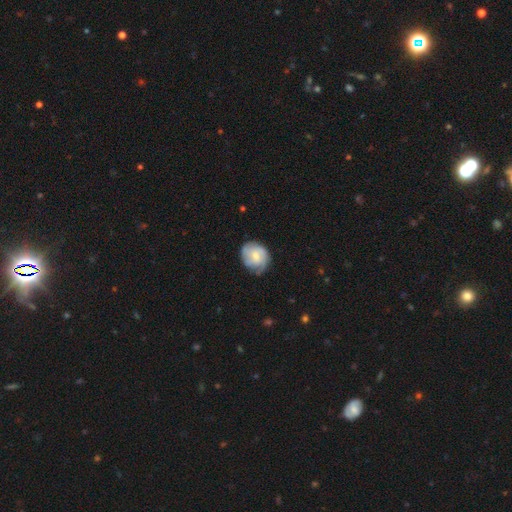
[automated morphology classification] Smooth or featured?
  - smooth: 51% *
  - featured or disk: 43%
  - star or artifact: 6%
How rounded?
  - round: 64% *
  - in between: 35%
  - cigar-shaped: 1%
Merging?
  - none: 66% *
  - minor disturbance: 26%
  - major disturbance: 7%
  - merger: 1%